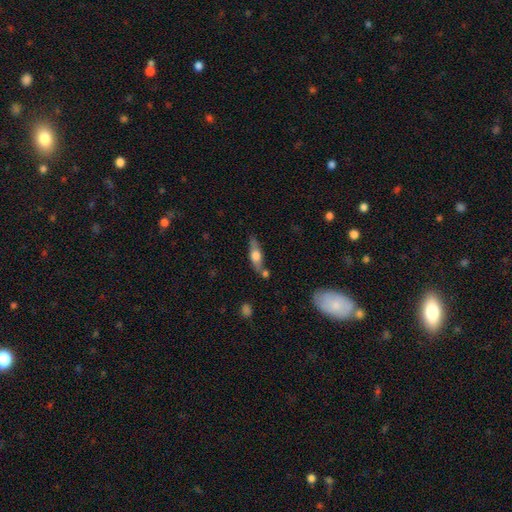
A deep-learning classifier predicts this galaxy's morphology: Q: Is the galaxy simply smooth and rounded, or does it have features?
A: smooth — 50%.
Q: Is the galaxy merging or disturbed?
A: none — 68%.